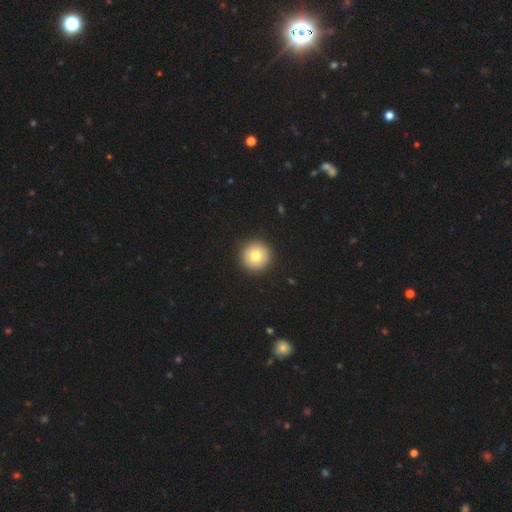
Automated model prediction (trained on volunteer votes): This appears to be a smooth galaxy with no disk features (78%) that is round (96%). Merging: none (94%).